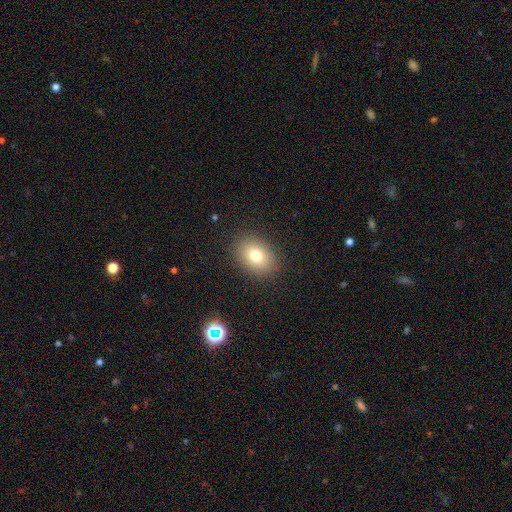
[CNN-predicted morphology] A smooth galaxy with no disk features (78%) that is in between round and cigar-shaped (66%).

Vote fractions:
- Smooth or featured? smooth: 78% / star or artifact: 11% / featured or disk: 11%
- How rounded? in between: 66% / round: 33% / cigar-shaped: 1%
- Merging? none: 88% / minor disturbance: 8% / major disturbance: 3% / merger: 1%